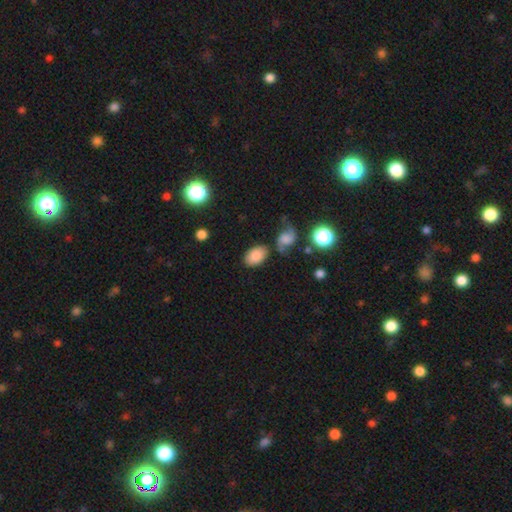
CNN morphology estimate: Smooth or featured: smooth — 83% (star or artifact — 9%)
How rounded: in between — 87% (round — 11%)
Merging: none — 70% (minor disturbance — 15%)